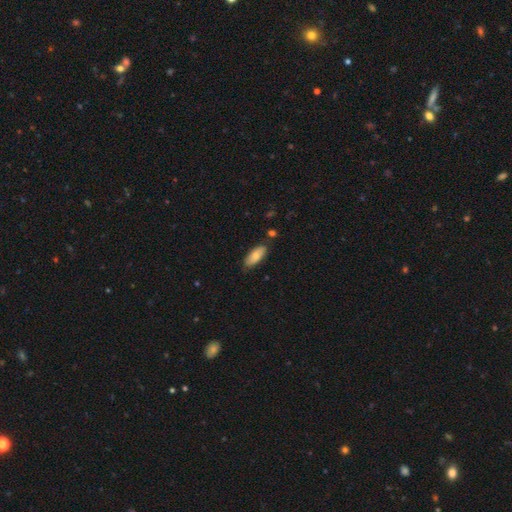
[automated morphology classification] This is likely a smooth galaxy (76%). How rounded: clearly in between (82%). Merging: likely none (80%).